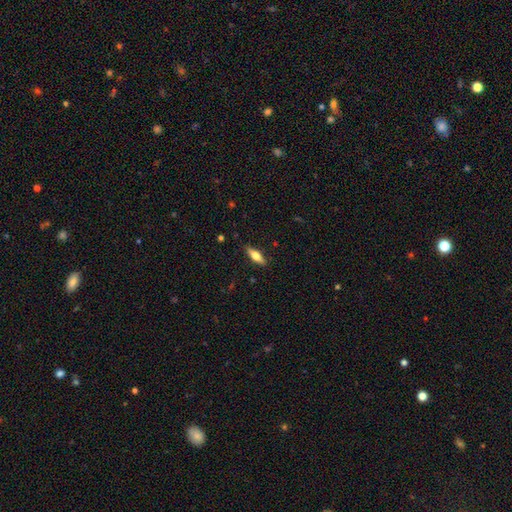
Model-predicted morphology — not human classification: smooth-or-featured: smooth: 58% | featured or disk: 35% | star or artifact: 6%
  how-rounded: in between: 53% | cigar-shaped: 44% | round: 3%
  merging: none: 87% | minor disturbance: 10% | major disturbance: 2% | merger: 1%